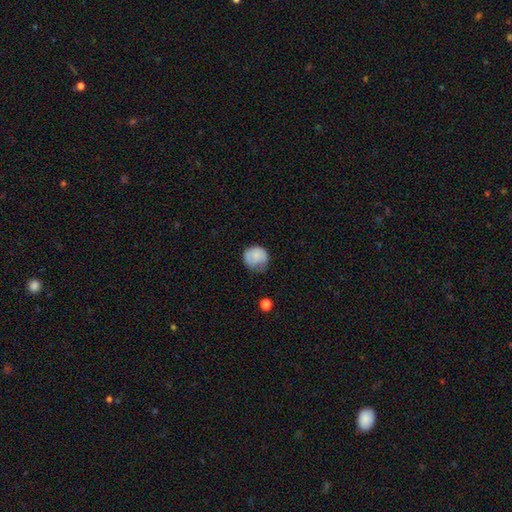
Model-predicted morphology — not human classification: smooth 79%, featured or disk 14%, star or artifact 8%. Down the decision tree: how rounded — round (84%); merging — none (54%).